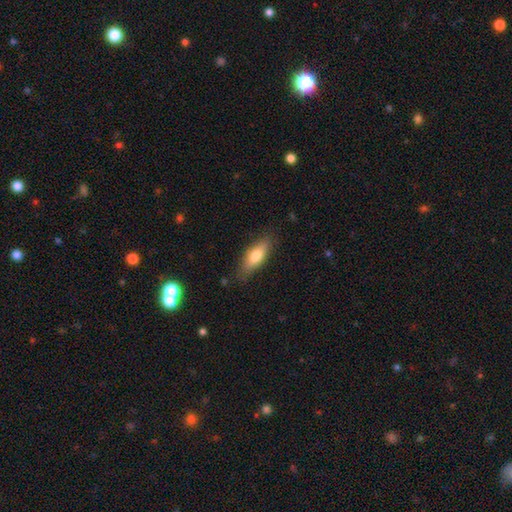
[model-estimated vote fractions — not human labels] smooth_or_featured: smooth (p=0.72) [alt: featured or disk p=0.21]
how_rounded: in between (p=0.64) [alt: cigar-shaped p=0.33]
merging: none (p=0.81) [alt: minor disturbance p=0.15]